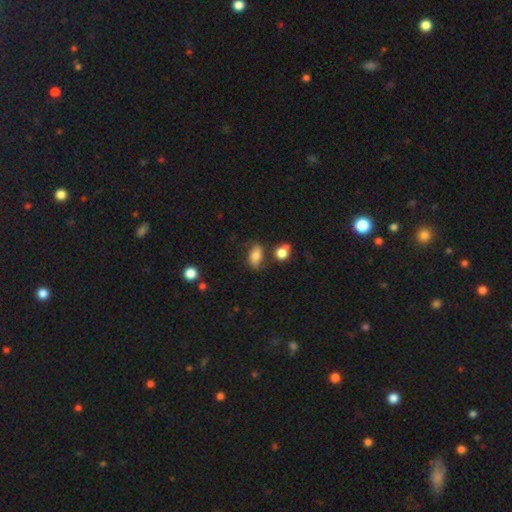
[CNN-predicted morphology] Smooth or featured?
  - smooth: 70% *
  - featured or disk: 20%
  - star or artifact: 11%
How rounded?
  - in between: 84% *
  - round: 12%
  - cigar-shaped: 4%
Merging?
  - none: 63% *
  - minor disturbance: 22%
  - merger: 8%
  - major disturbance: 7%